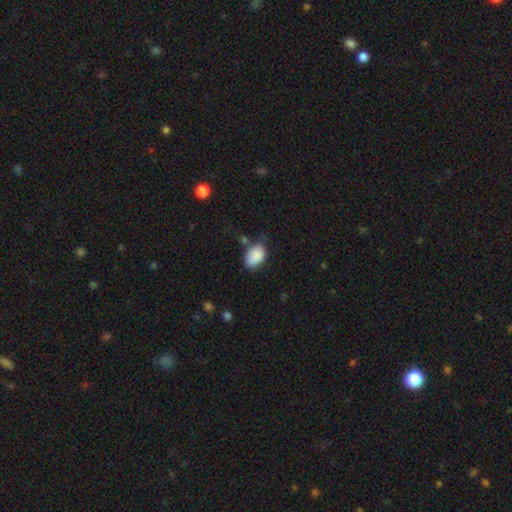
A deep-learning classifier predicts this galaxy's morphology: The model was most divided on "merging": none: 65%, minor disturbance: 25%, major disturbance: 6%, merger: 5%. More confident: smooth or featured — smooth (88%); how rounded — in between (88%).